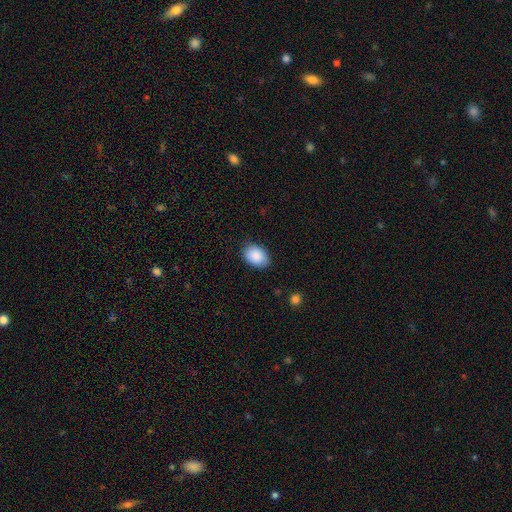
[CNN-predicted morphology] Smooth or featured? smooth (89%)
How rounded? in between (87%)
Merging? none (85%)